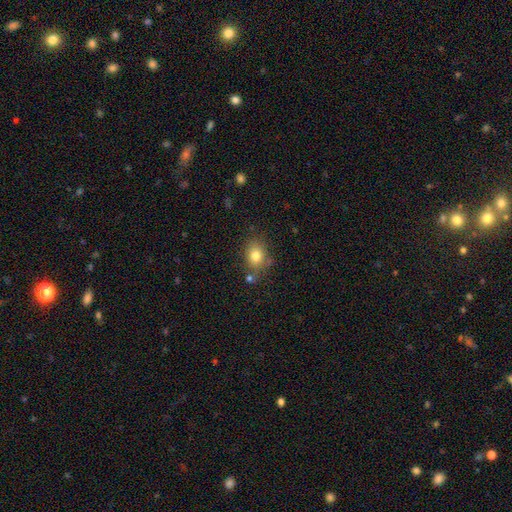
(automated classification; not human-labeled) Smooth or featured? smooth (80%)
How rounded? in between (52%)
Merging? none (73%)